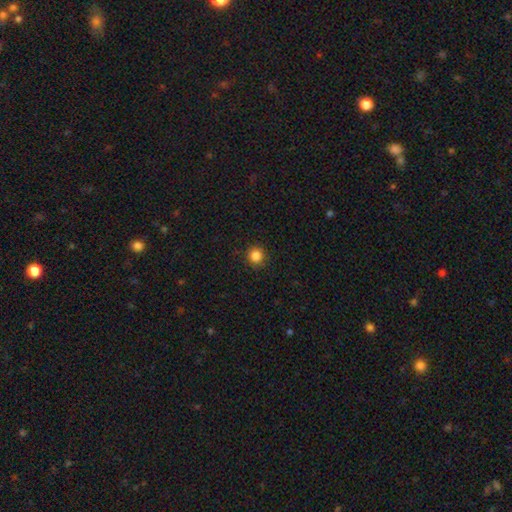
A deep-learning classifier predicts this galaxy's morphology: Q: Smooth or featured?
A: smooth (85%); runner-up: star or artifact (12%)
Q: How rounded?
A: round (94%); runner-up: in between (5%)
Q: Merging?
A: none (91%); runner-up: minor disturbance (6%)